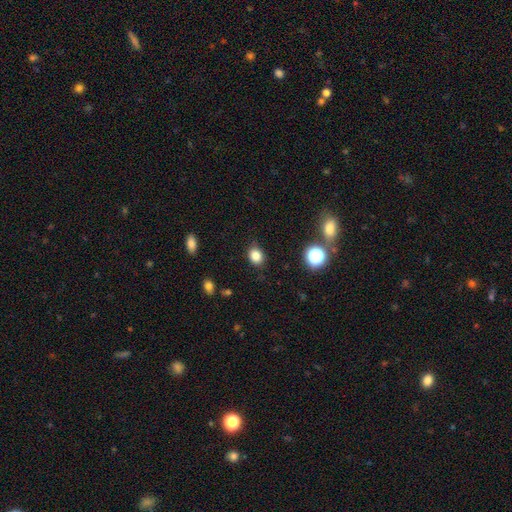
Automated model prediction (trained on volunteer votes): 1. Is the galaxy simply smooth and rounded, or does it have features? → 83% smooth, 12% star or artifact, 5% featured or disk.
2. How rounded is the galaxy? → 54% round, 45% in between, 1% cigar-shaped.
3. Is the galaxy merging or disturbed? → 84% none, 12% minor disturbance, 3% major disturbance, 2% merger.